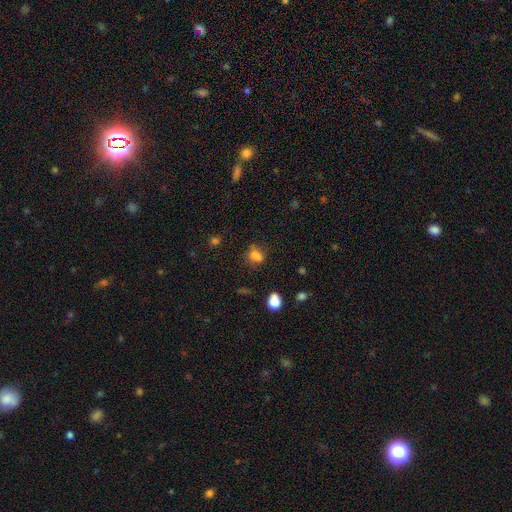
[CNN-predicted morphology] This appears to be a smooth galaxy with no disk features (73%) that is in between round and cigar-shaped (58%). Merging: none (57%).